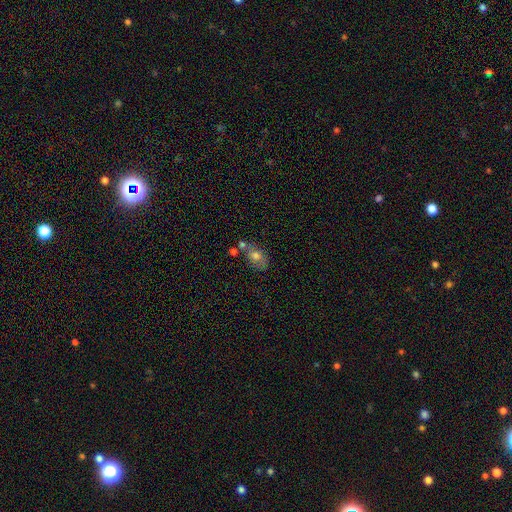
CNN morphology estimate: Smooth or featured? Predicted: smooth (p=0.68). How rounded? Predicted: in between (p=0.76). Merging? Predicted: none (p=0.47).